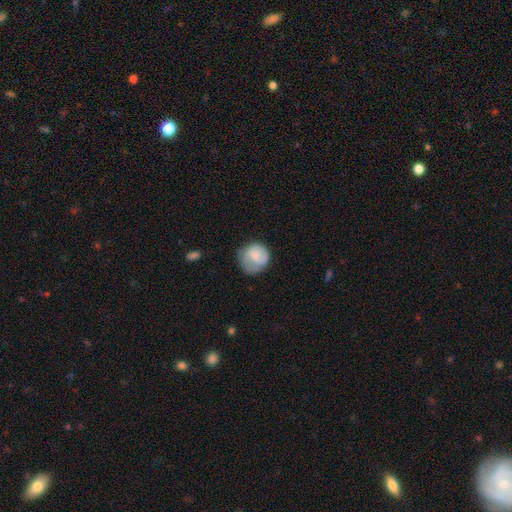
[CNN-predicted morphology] This is likely a smooth galaxy (78%). How rounded: clearly round (84%). Merging: possibly none (54%).